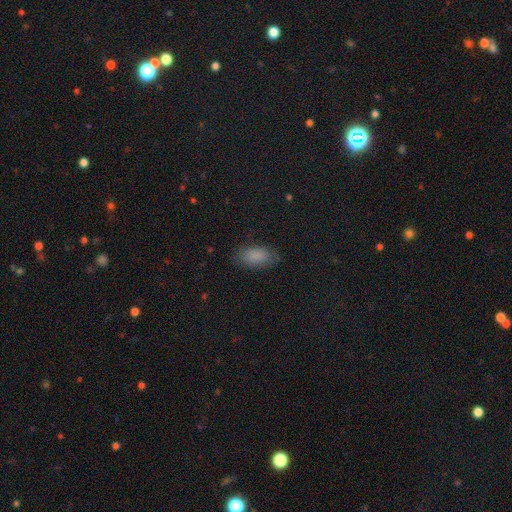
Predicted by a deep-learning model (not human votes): smooth-or-featured: smooth: 85% | star or artifact: 8% | featured or disk: 7%
  how-rounded: in between: 91% | cigar-shaped: 6% | round: 3%
  merging: none: 80% | minor disturbance: 15% | major disturbance: 4% | merger: 1%